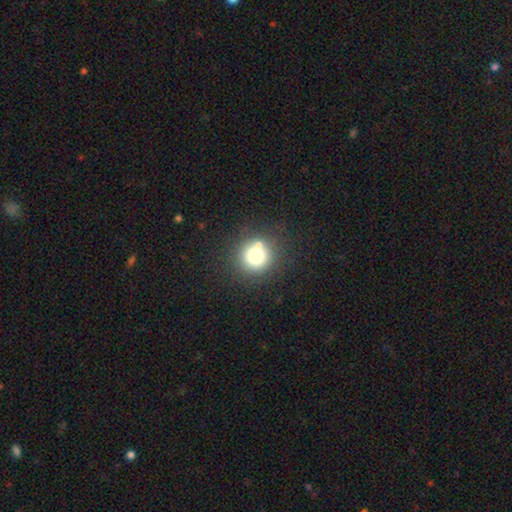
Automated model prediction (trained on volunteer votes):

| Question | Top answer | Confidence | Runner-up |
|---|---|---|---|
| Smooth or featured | smooth | 74% | star or artifact (15%) |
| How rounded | round | 92% | in between (7%) |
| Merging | none | 77% | merger (10%) |